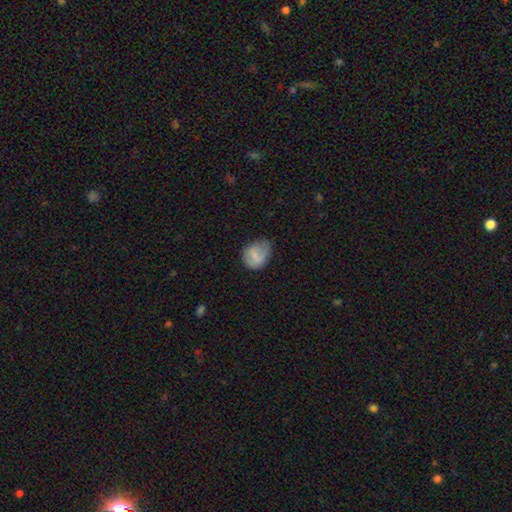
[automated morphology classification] A smooth galaxy with no disk features (75%) that is round (52%). Merging: none (53%).